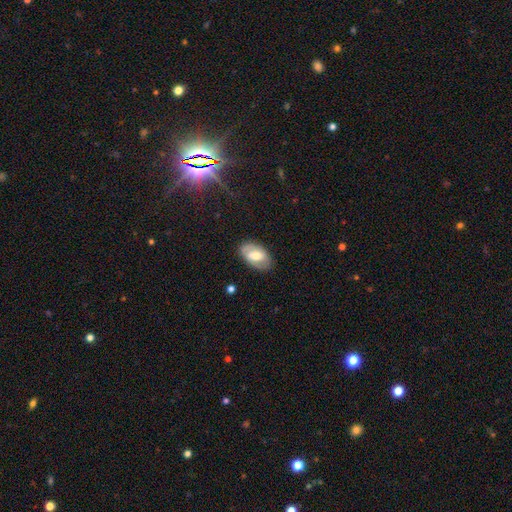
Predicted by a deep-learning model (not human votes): The model was most divided on "smooth or featured": featured or disk: 48%, smooth: 45%, star or artifact: 7%. More confident: merging — none (80%).